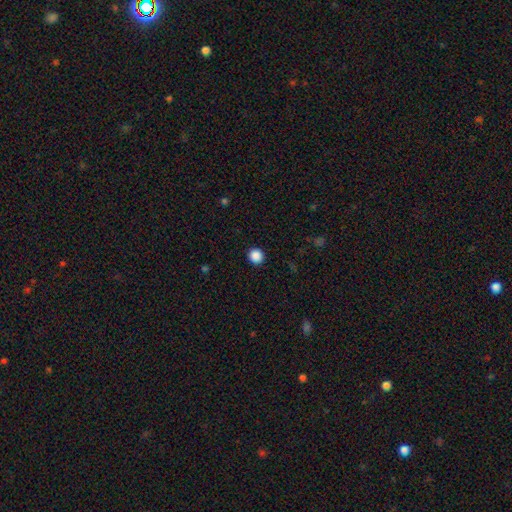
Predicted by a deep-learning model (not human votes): The model was most divided on "smooth or featured": smooth: 88%, star or artifact: 10%, featured or disk: 2%. More confident: how rounded — round (93%); merging — none (93%).